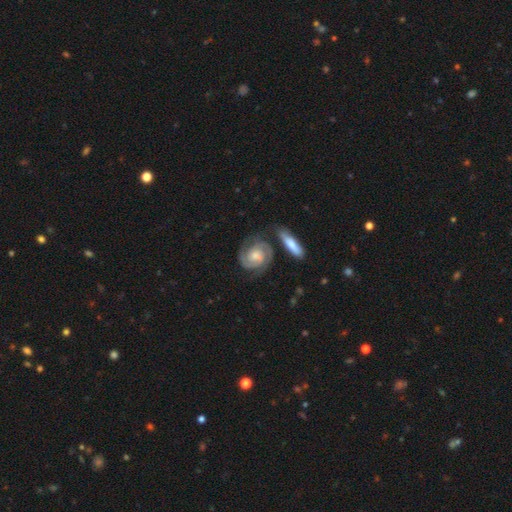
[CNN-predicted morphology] featured or disk 85%, smooth 10%, star or artifact 5%. Down the decision tree: edge-on disk — no (97%); bar — no (64%); spiral arms — yes (97%); spiral arm count — 2 (88%); spiral winding — tight (62%); bulge size — moderate (49%); merging — none (70%).